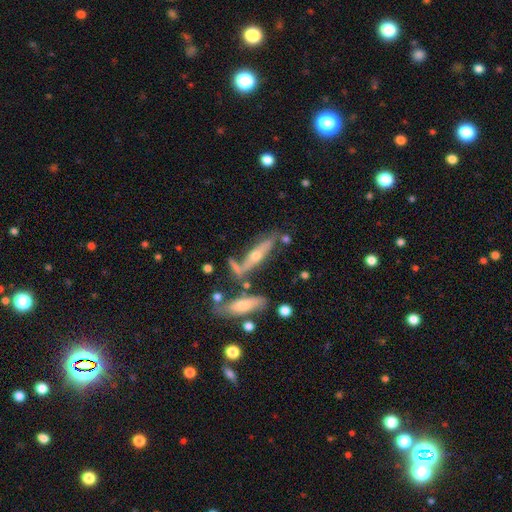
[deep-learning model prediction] Smooth or featured? featured or disk (65%)
Edge-on disk? yes (82%)
Edge-on bulge? rounded (89%)
Merging? none (58%)